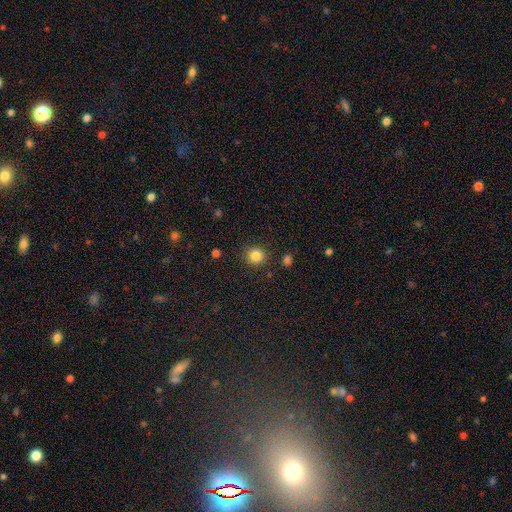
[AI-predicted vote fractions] The model was most divided on "smooth or featured": smooth: 84%, star or artifact: 11%, featured or disk: 4%. More confident: how rounded — round (92%); merging — none (89%).